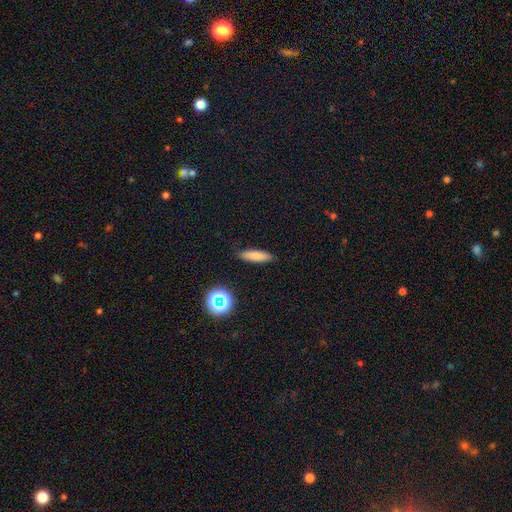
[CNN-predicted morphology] This appears to be a smooth galaxy with no disk features (79%) that is cigar-shaped (64%). Merging: none (87%).